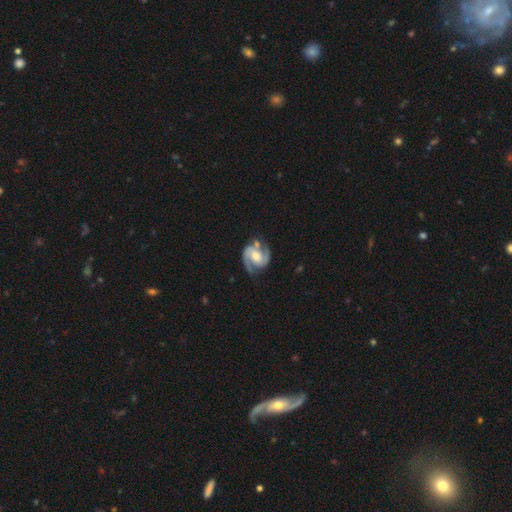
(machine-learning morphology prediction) Smooth or featured? featured or disk (91%)
Edge-on disk? no (98%)
Bar? no (44%)
Spiral arms? yes (98%)
Spiral winding? medium (53%)
Spiral arm count? 2 (93%)
Bulge size? moderate (64%)
Merging? none (74%)